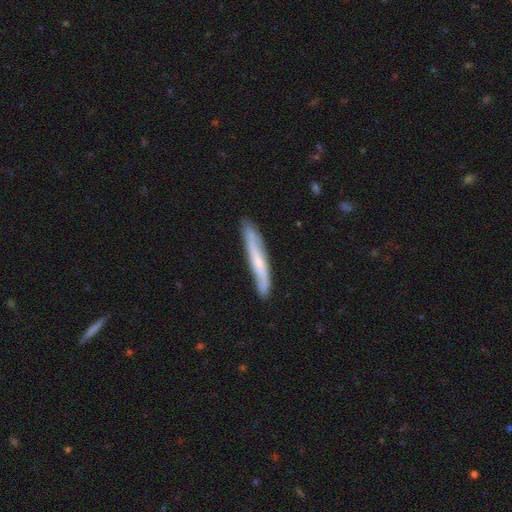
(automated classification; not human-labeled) smooth-or-featured: featured or disk: 47% | smooth: 45% | star or artifact: 7%
  merging: none: 84% | minor disturbance: 12% | major disturbance: 2% | merger: 1%